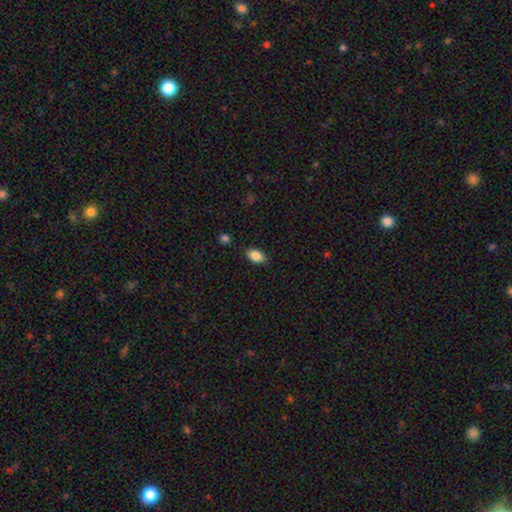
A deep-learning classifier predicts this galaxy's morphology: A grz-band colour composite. It shows a smooth galaxy with no disk features (85%) that is in between round and cigar-shaped (89%). Merging: none (85%).